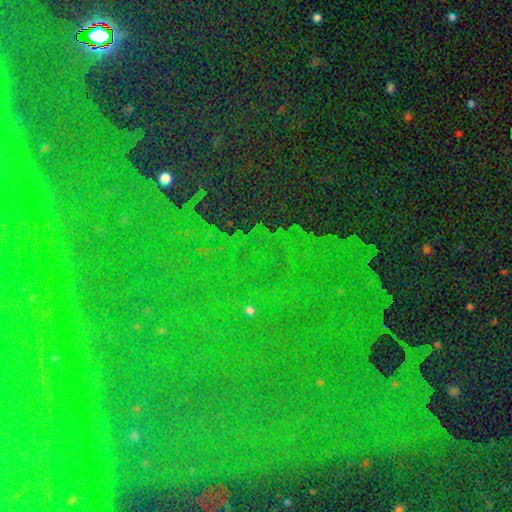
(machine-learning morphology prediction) Smooth or featured? star or artifact (86%)